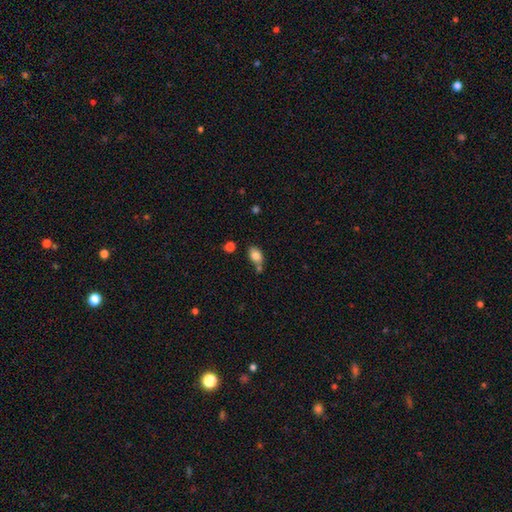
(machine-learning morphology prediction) Smooth or featured: smooth — 81% (featured or disk — 10%)
How rounded: in between — 82% (round — 17%)
Merging: none — 54% (merger — 21%)